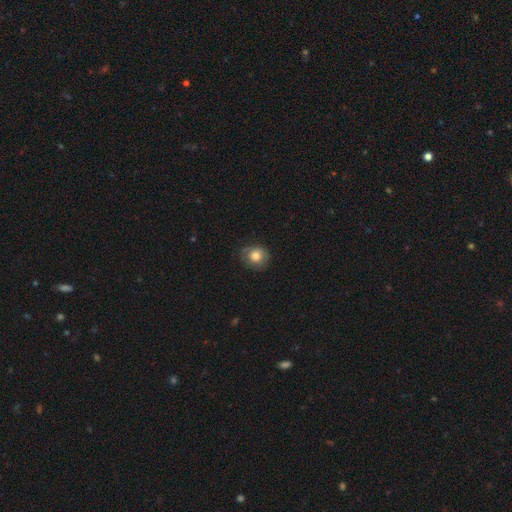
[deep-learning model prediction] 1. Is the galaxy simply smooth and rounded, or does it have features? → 80% smooth, 11% featured or disk, 9% star or artifact.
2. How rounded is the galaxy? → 83% round, 16% in between, 1% cigar-shaped.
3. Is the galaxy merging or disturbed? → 72% none, 21% minor disturbance, 5% major disturbance, 1% merger.